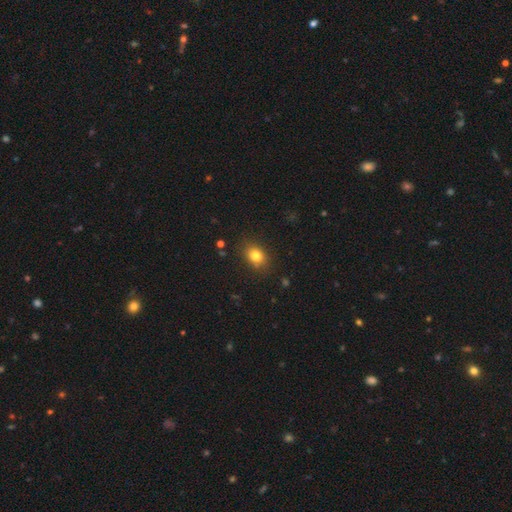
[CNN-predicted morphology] Q: Smooth or featured?
A: smooth (81%); runner-up: star or artifact (11%)
Q: How rounded?
A: in between (60%); runner-up: round (39%)
Q: Merging?
A: none (84%); runner-up: minor disturbance (12%)